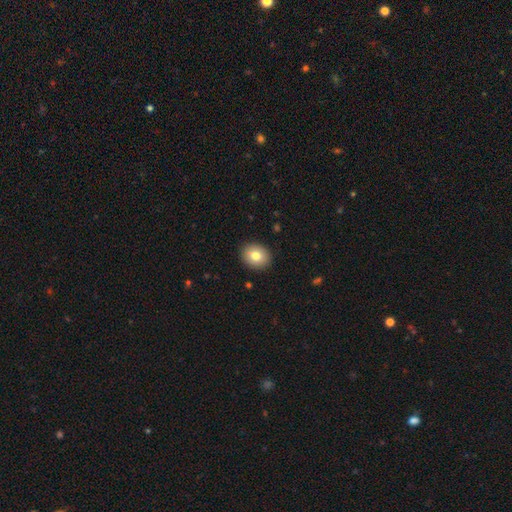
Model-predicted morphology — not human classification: This appears to be a smooth galaxy with no disk features (79%) that is round (60%). Merging: none (91%).